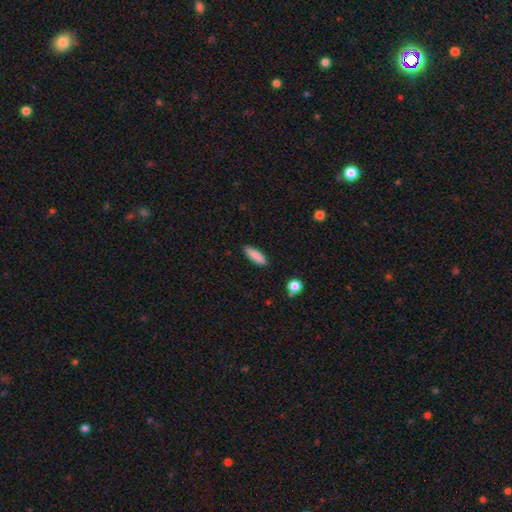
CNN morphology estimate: smooth-or-featured: smooth: 87% | star or artifact: 7% | featured or disk: 6%
  how-rounded: cigar-shaped: 53% | in between: 45% | round: 2%
  merging: none: 87% | minor disturbance: 9% | major disturbance: 2% | merger: 1%